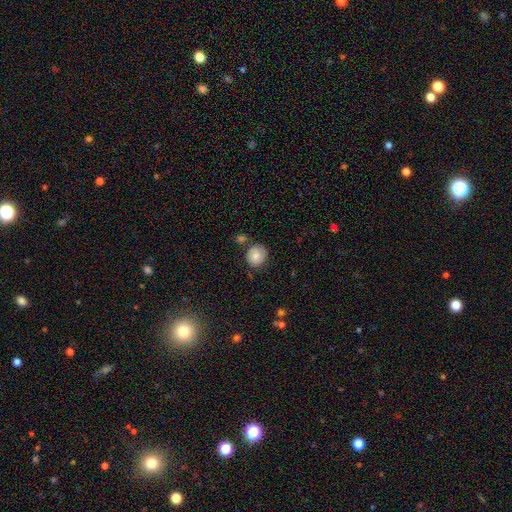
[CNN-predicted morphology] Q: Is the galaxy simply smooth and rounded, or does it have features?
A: smooth — 81%.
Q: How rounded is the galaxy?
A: round — 80%.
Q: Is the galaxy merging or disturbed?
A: none — 71%.